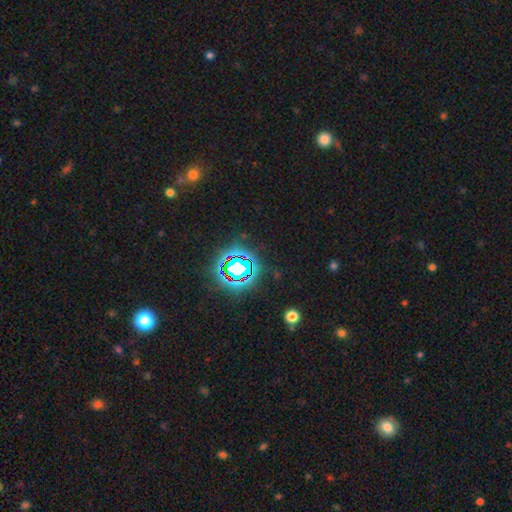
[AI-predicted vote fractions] Smooth or featured? Predicted: star or artifact (p=0.80).